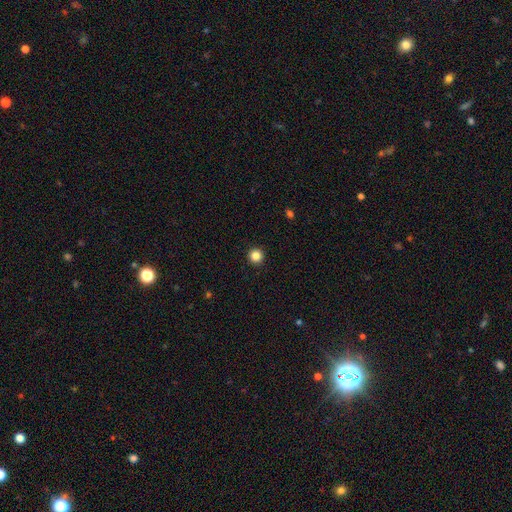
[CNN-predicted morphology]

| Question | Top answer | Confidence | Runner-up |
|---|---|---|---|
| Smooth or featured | smooth | 85% | star or artifact (12%) |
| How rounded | round | 96% | in between (3%) |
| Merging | none | 94% | minor disturbance (4%) |